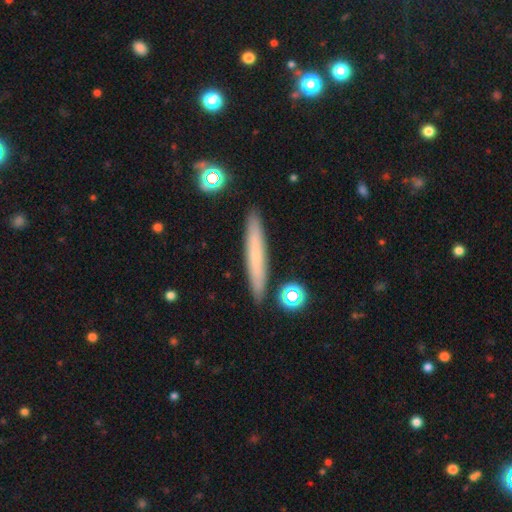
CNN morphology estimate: Overall: smooth (64%; featured or disk 29%). How rounded: cigar-shaped (95%). Merging: none (90%).